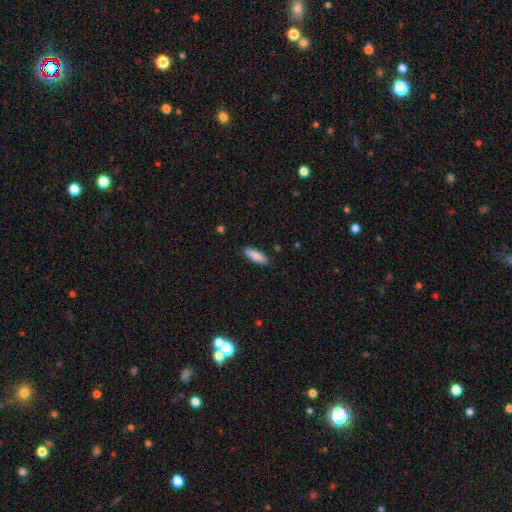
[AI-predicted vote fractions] Smooth or featured? smooth (85%)
How rounded? in between (56%)
Merging? none (88%)